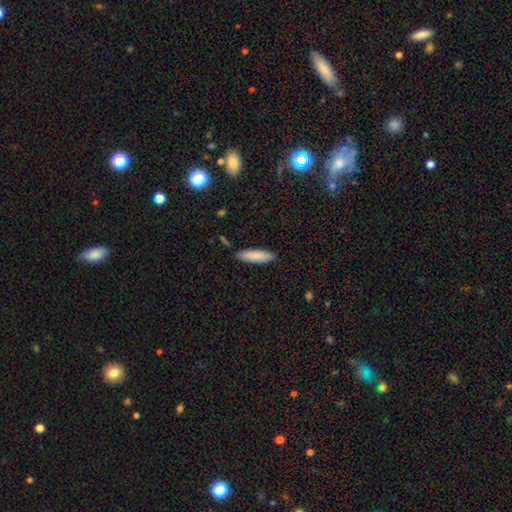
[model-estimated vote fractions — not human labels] Smooth or featured: smooth — 86% (featured or disk — 8%)
How rounded: cigar-shaped — 54% (in between — 45%)
Merging: none — 87% (minor disturbance — 9%)